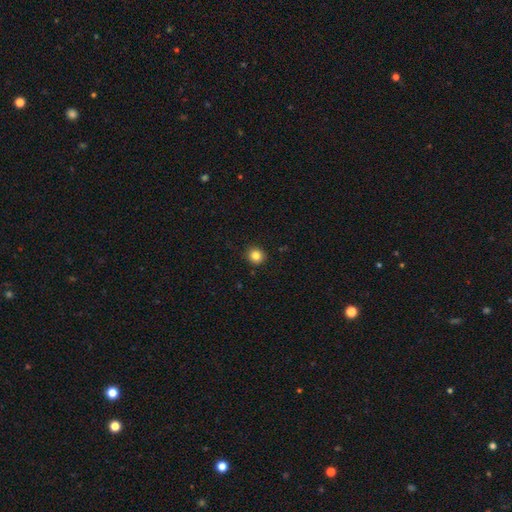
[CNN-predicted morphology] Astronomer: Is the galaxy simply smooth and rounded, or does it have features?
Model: smooth — 84%.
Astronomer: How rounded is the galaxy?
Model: round — 90%.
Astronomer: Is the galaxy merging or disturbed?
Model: none — 91%.